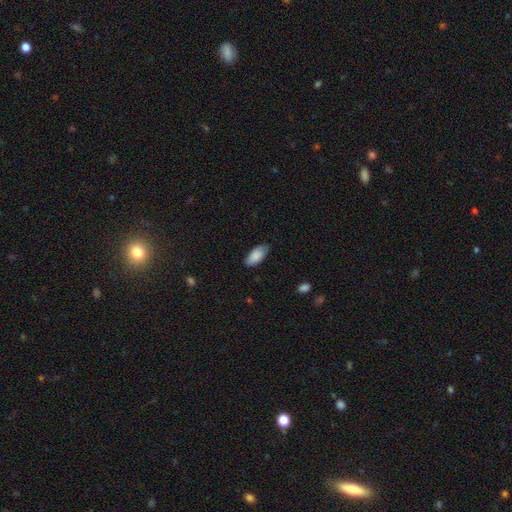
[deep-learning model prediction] A smooth galaxy with no disk features (87%) that is in between round and cigar-shaped (92%). Merging: none (74%).